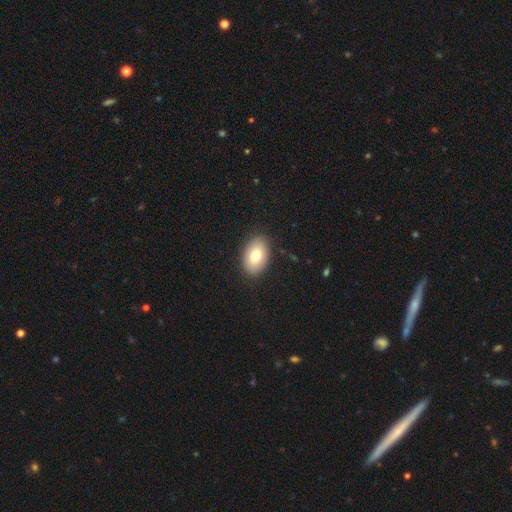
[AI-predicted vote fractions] smooth_or_featured: smooth (p=0.77) [alt: featured or disk p=0.15]
how_rounded: in between (p=0.88) [alt: round p=0.10]
merging: none (p=0.88) [alt: minor disturbance p=0.09]